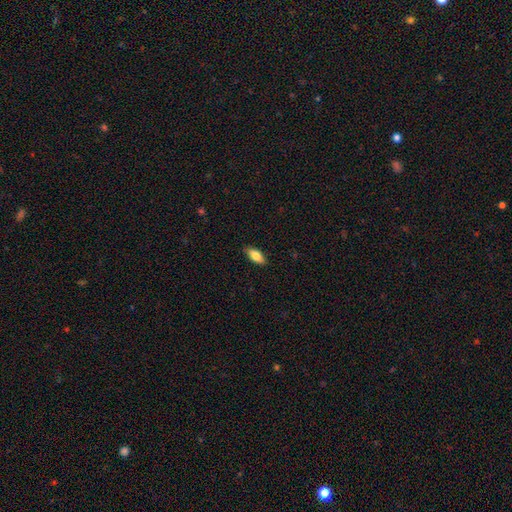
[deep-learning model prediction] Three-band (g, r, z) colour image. It shows a smooth galaxy with no disk features (78%) that is in between round and cigar-shaped (83%). Merging: none (87%).